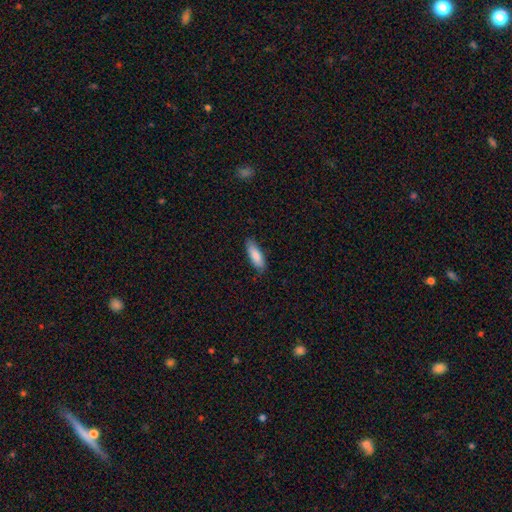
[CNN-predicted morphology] Smooth or featured?
  - smooth: 85% *
  - featured or disk: 10%
  - star or artifact: 6%
How rounded?
  - in between: 59% *
  - cigar-shaped: 40%
  - round: 2%
Merging?
  - none: 79% *
  - minor disturbance: 17%
  - major disturbance: 3%
  - merger: 1%